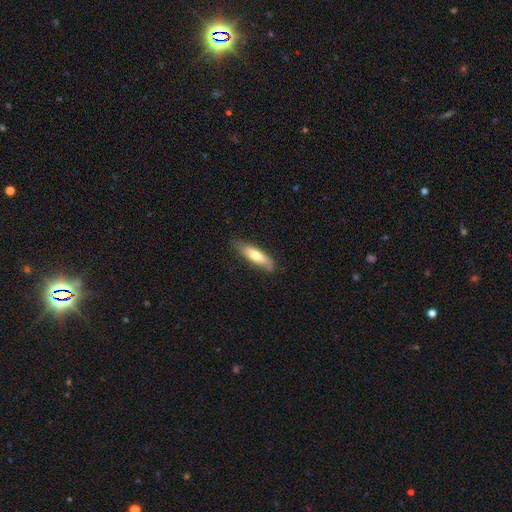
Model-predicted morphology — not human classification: smooth 67%, featured or disk 28%, star or artifact 6%. Down the decision tree: how rounded — cigar-shaped (64%); merging — none (77%).